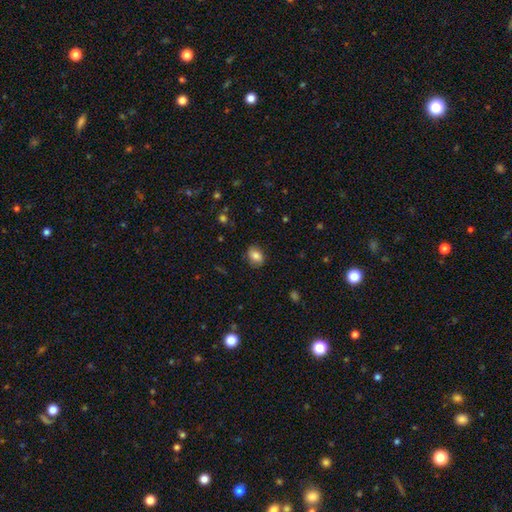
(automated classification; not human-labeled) Q: Smooth or featured?
A: smooth (81%); runner-up: featured or disk (10%)
Q: How rounded?
A: in between (66%); runner-up: round (32%)
Q: Merging?
A: none (83%); runner-up: minor disturbance (13%)